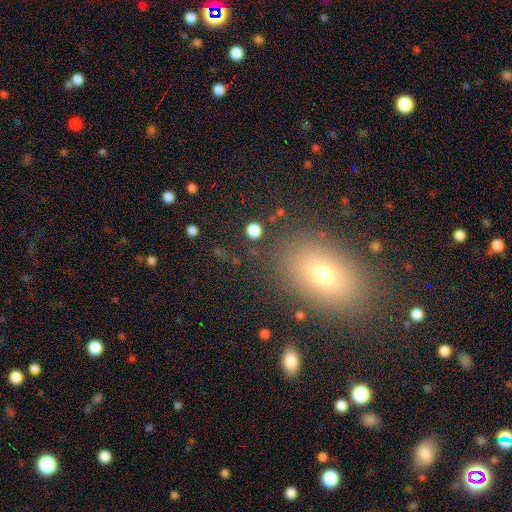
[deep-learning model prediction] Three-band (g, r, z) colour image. It shows a smooth galaxy with no disk features (63%) that is in between round and cigar-shaped (81%). Merging: none (85%).